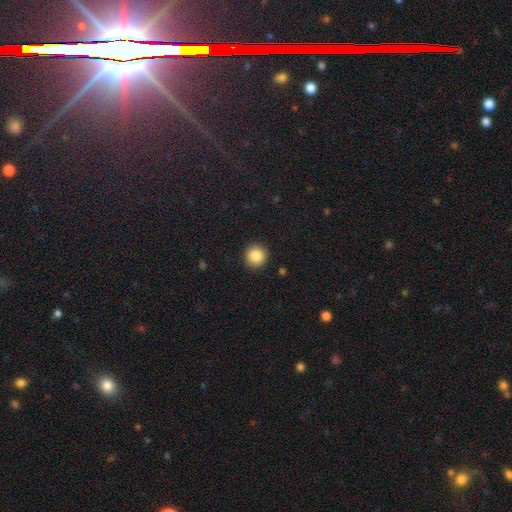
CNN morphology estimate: A smooth galaxy with no disk features (87%) that is round (95%).

Vote fractions:
- Smooth or featured? smooth: 87% / star or artifact: 9% / featured or disk: 4%
- How rounded? round: 95% / in between: 4% / cigar-shaped: 1%
- Merging? none: 92% / minor disturbance: 5% / major disturbance: 2% / merger: 1%